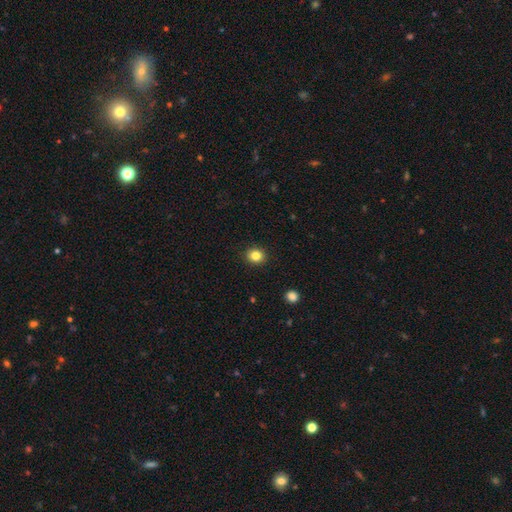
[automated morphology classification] A smooth galaxy with no disk features (84%) that is round (77%). Merging: none (91%).